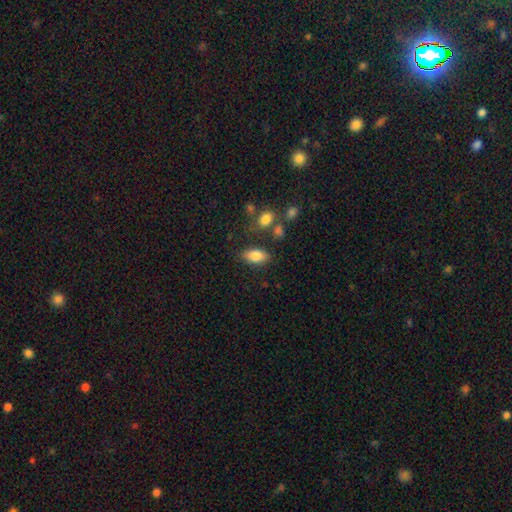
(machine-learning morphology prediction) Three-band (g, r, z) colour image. It shows a smooth galaxy with no disk features (82%) that is in between round and cigar-shaped (89%). Merging: none (79%).